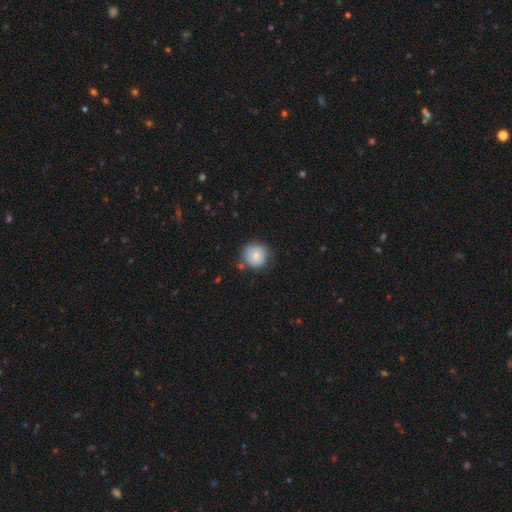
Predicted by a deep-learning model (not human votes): Smooth or featured? smooth (81%)
How rounded? round (91%)
Merging? none (73%)